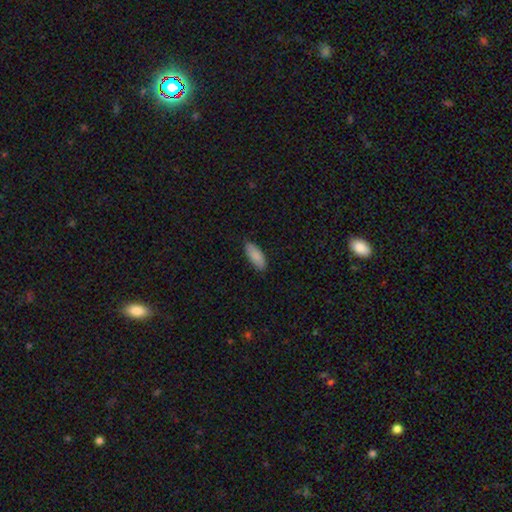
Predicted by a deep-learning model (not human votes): smooth-or-featured: smooth: 89% | star or artifact: 6% | featured or disk: 6%
  how-rounded: in between: 81% | cigar-shaped: 17% | round: 2%
  merging: none: 83% | minor disturbance: 14% | major disturbance: 2% | merger: 1%